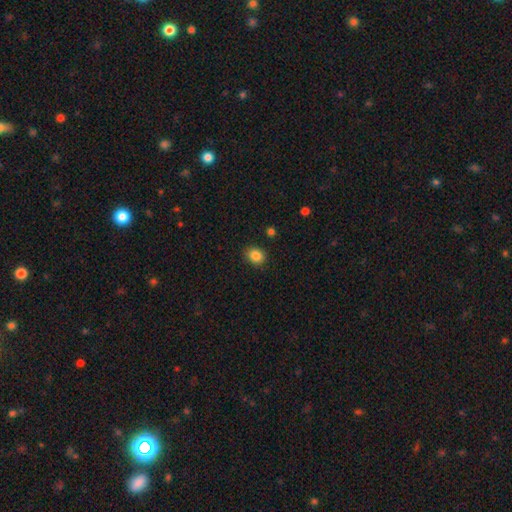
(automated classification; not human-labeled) A smooth galaxy with no disk features (85%) that is round (56%). Merging: none (87%).